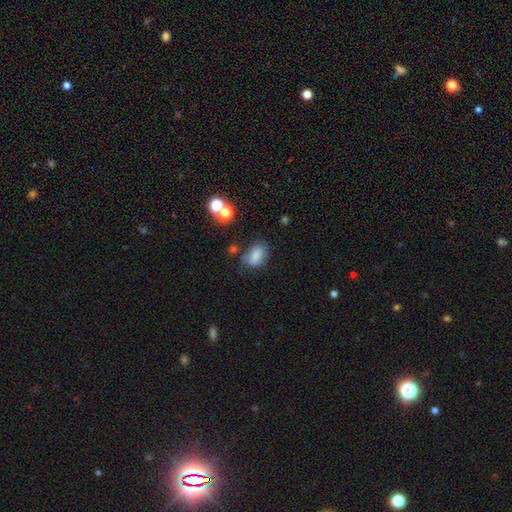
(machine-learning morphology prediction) Q: Smooth or featured?
A: smooth (74%); runner-up: featured or disk (14%)
Q: How rounded?
A: in between (83%); runner-up: round (15%)
Q: Merging?
A: none (56%); runner-up: minor disturbance (26%)